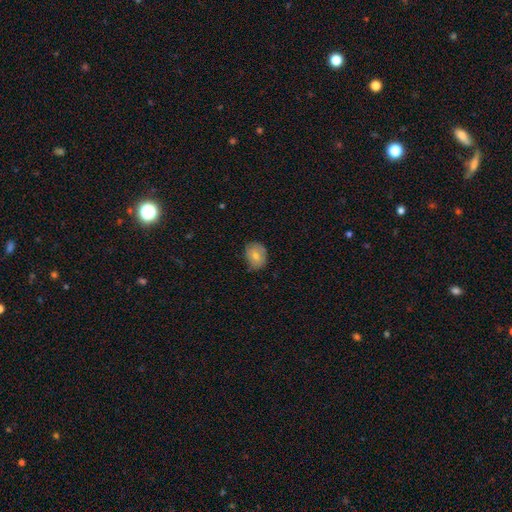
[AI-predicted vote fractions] Smooth or featured? Predicted: smooth (p=0.73). How rounded? Predicted: in between (p=0.57). Merging? Predicted: none (p=0.75).